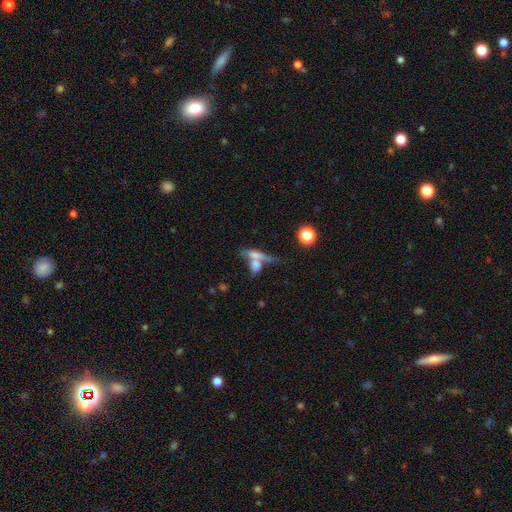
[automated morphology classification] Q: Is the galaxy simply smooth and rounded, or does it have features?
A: smooth — 54%.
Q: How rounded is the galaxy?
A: cigar-shaped — 57%.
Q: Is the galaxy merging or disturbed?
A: merger — 49%.